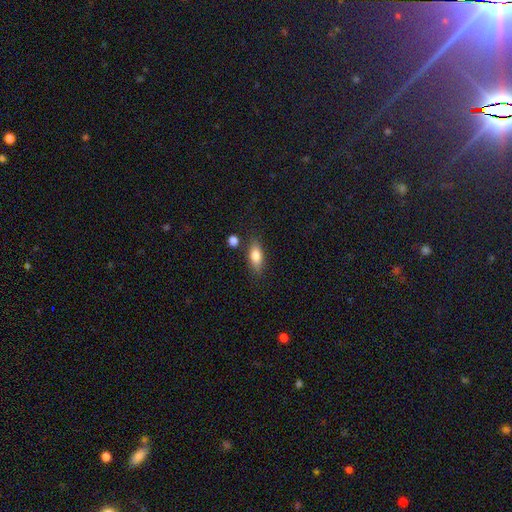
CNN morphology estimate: This appears to be a smooth galaxy with no disk features (79%) that is in between round and cigar-shaped (77%). Merging: none (77%).